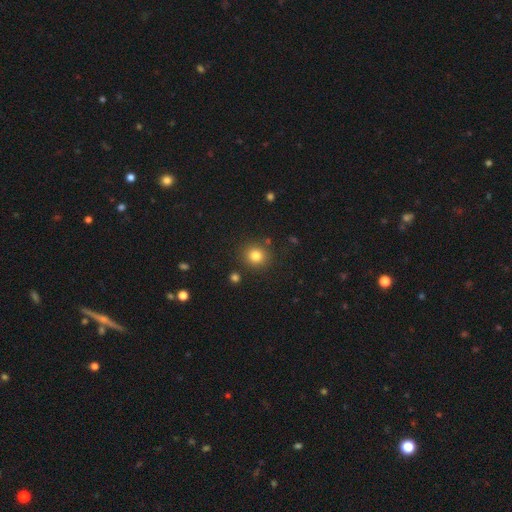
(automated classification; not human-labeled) Smooth or featured? smooth (81%)
How rounded? round (90%)
Merging? none (86%)